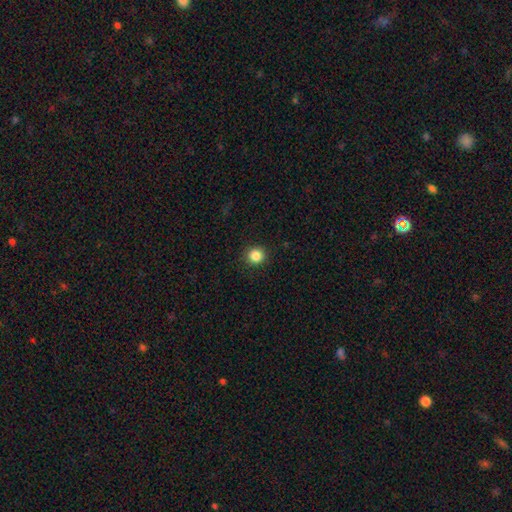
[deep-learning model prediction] smooth 85%, star or artifact 11%, featured or disk 4%. Down the decision tree: how rounded — round (93%); merging — none (92%).